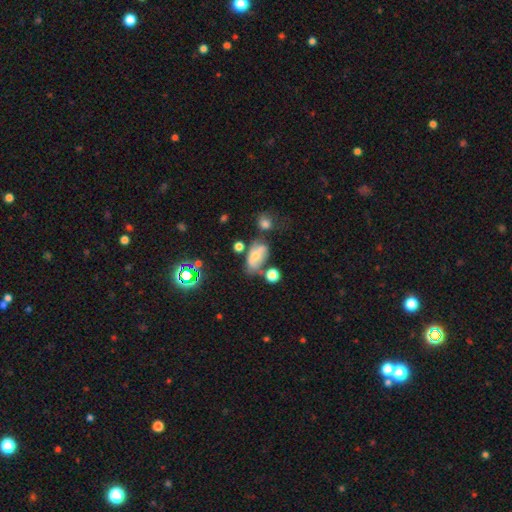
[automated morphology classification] Smooth or featured? smooth (50%)
Merging? none (45%)